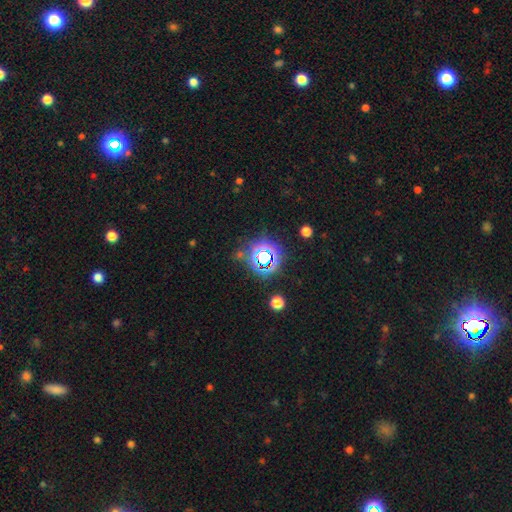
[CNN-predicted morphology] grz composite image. It shows a star or artifact, not a galaxy (74%).